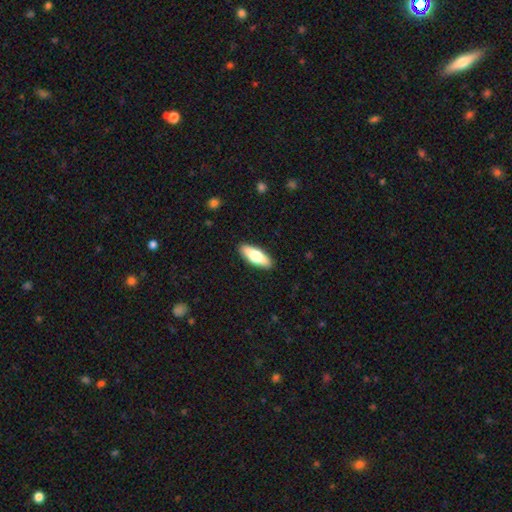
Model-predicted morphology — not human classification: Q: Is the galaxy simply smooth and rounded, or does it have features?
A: smooth — 67%.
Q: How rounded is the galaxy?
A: in between — 65%.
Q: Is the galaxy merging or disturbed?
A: none — 90%.